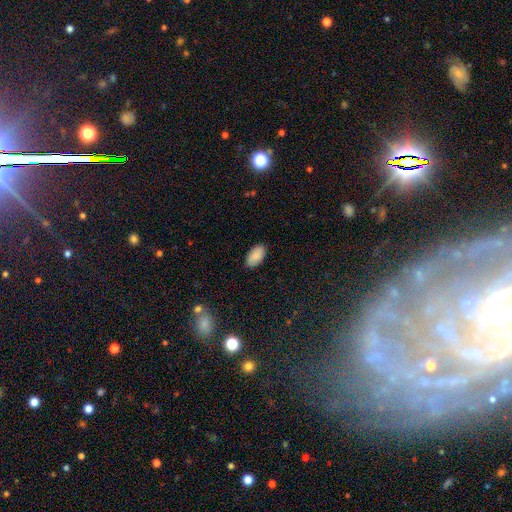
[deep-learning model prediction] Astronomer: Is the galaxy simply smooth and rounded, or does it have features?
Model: smooth — 89%.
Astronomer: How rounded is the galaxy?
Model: in between — 95%.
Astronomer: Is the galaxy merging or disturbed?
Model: none — 87%.